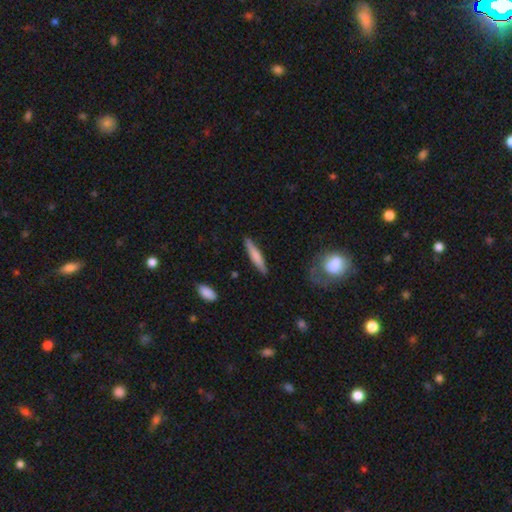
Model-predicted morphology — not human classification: Smooth or featured? Predicted: smooth (p=0.68). How rounded? Predicted: cigar-shaped (p=0.91). Merging? Predicted: none (p=0.87).